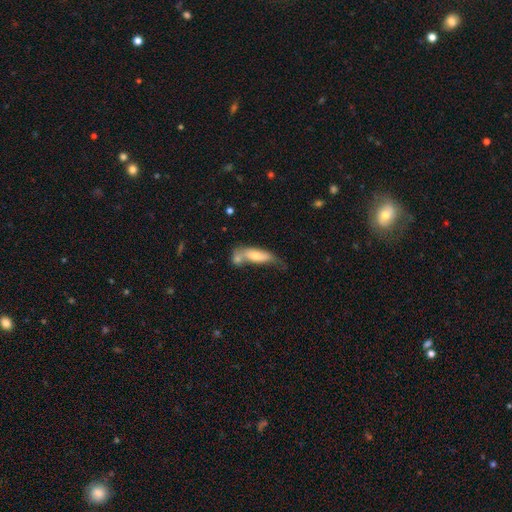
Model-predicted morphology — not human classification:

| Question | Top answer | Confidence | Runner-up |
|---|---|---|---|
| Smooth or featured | smooth | 66% | featured or disk (27%) |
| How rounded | in between | 51% | cigar-shaped (46%) |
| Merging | merger | 45% | none (26%) |